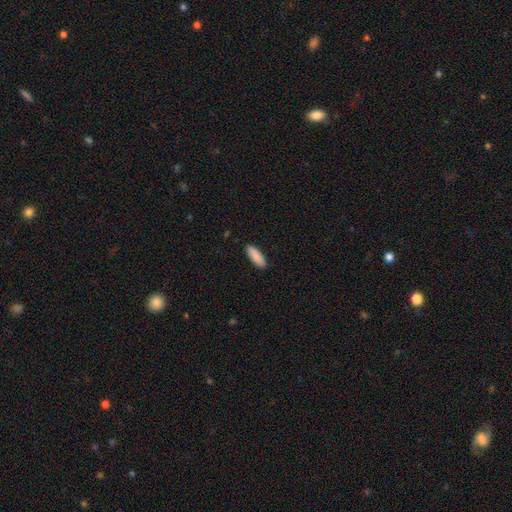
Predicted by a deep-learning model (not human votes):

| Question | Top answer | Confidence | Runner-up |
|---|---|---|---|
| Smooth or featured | smooth | 90% | star or artifact (6%) |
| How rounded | in between | 58% | cigar-shaped (41%) |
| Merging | none | 90% | minor disturbance (7%) |